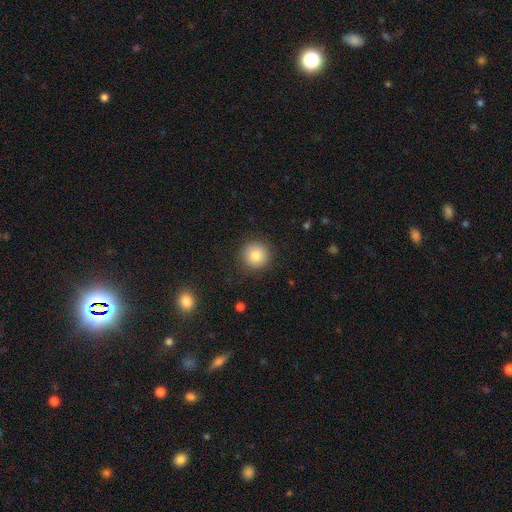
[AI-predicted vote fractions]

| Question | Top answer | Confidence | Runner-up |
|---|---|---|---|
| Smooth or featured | smooth | 82% | star or artifact (10%) |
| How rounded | round | 94% | in between (5%) |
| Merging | none | 89% | minor disturbance (7%) |